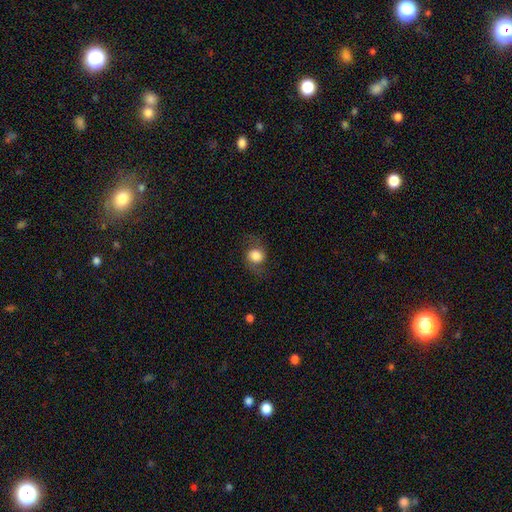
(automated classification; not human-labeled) Q: Smooth or featured?
A: smooth (56%); runner-up: featured or disk (34%)
Q: How rounded?
A: round (74%); runner-up: in between (25%)
Q: Merging?
A: none (72%); runner-up: minor disturbance (17%)